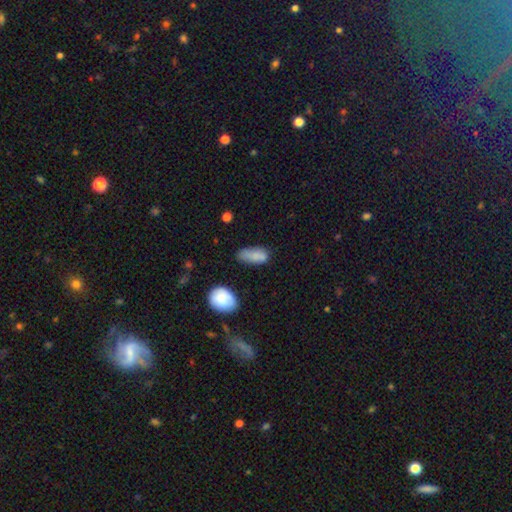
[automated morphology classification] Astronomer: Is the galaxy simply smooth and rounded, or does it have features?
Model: smooth — 81%.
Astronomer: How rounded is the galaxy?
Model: in between — 83%.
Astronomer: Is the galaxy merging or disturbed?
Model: none — 49% (runner-up: minor disturbance, 34%).